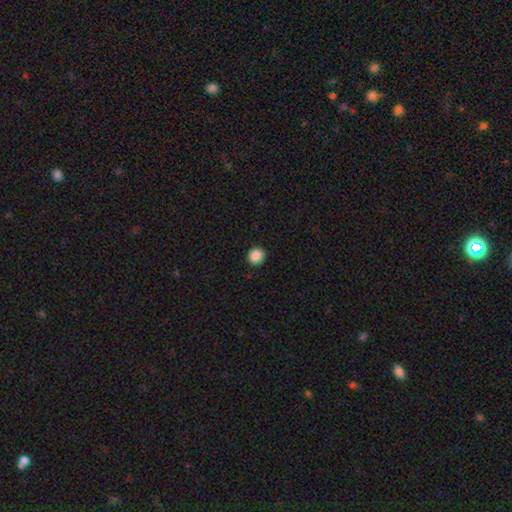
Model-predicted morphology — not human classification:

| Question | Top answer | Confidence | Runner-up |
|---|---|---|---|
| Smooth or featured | smooth | 88% | star or artifact (9%) |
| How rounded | round | 84% | in between (15%) |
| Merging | none | 91% | minor disturbance (6%) |